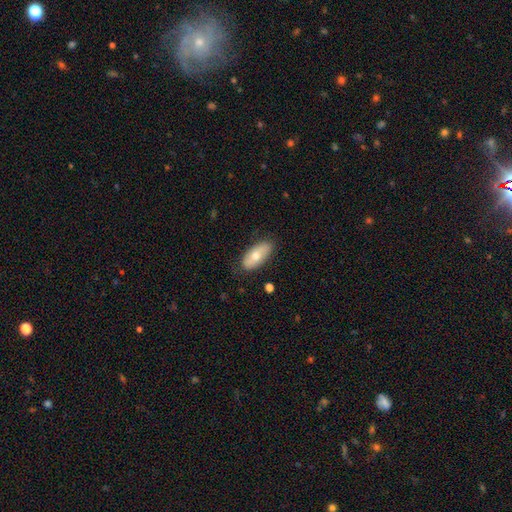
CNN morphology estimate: This is likely a smooth galaxy (66%). How rounded: clearly in between (87%). Merging: clearly none (82%).